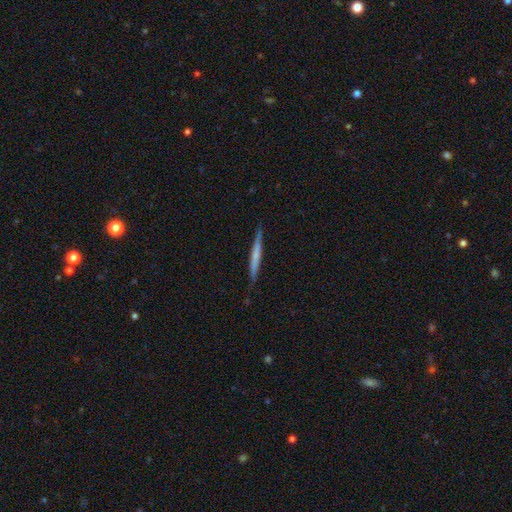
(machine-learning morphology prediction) Q: Smooth or featured?
A: smooth (50%); runner-up: featured or disk (44%)
Q: How rounded?
A: cigar-shaped (96%); runner-up: in between (2%)
Q: Merging?
A: none (87%); runner-up: minor disturbance (10%)